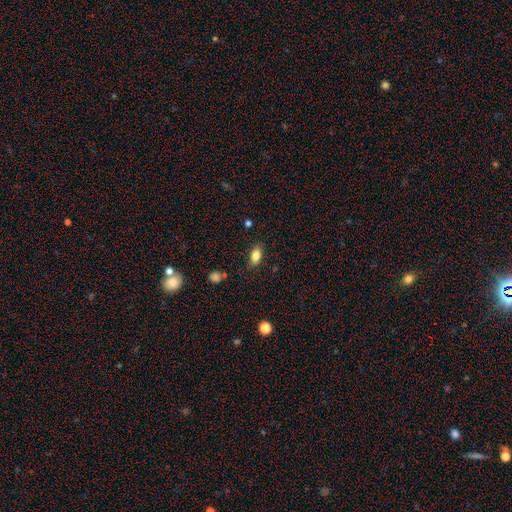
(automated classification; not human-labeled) Smooth or featured?
  - smooth: 82% *
  - featured or disk: 9%
  - star or artifact: 9%
How rounded?
  - in between: 87% *
  - round: 7%
  - cigar-shaped: 5%
Merging?
  - none: 84% *
  - minor disturbance: 12%
  - major disturbance: 3%
  - merger: 2%